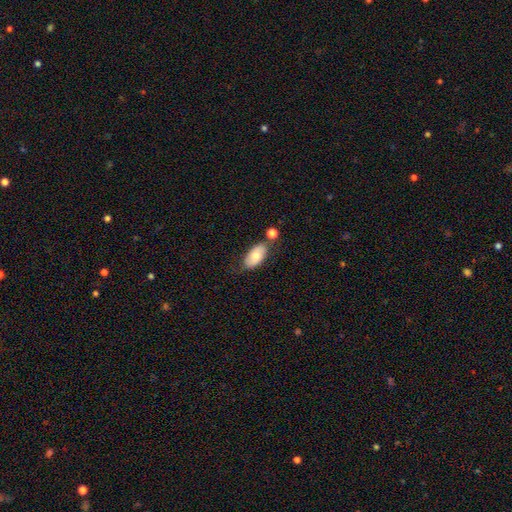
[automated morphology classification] smooth 68%, featured or disk 26%, star or artifact 7%. Down the decision tree: how rounded — in between (93%); merging — none (62%).